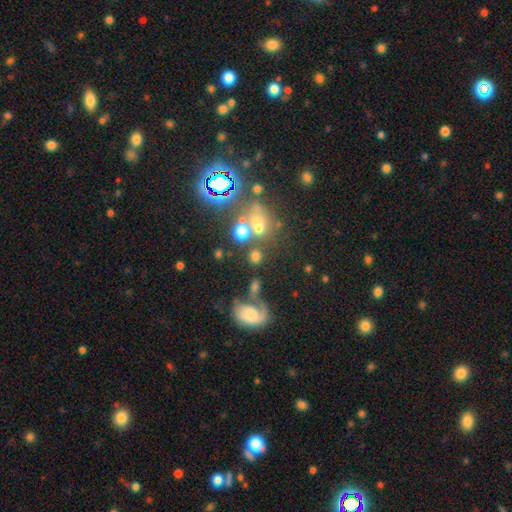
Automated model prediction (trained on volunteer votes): Smooth or featured: smooth — 55% (star or artifact — 27%)
How rounded: round — 66% (in between — 32%)
Merging: none — 48% (merger — 28%)